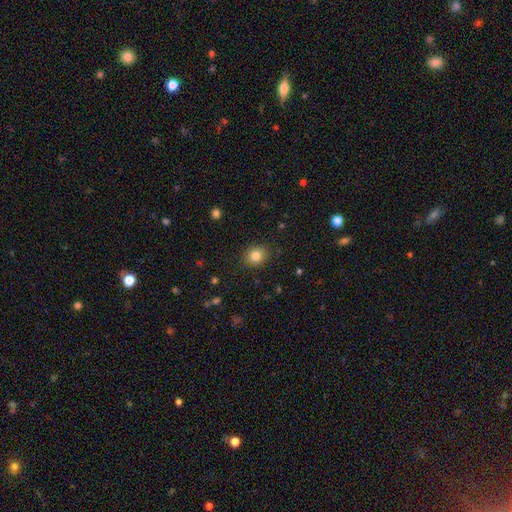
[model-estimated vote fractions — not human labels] A smooth galaxy with no disk features (82%) that is round (68%).

Vote fractions:
- Smooth or featured? smooth: 82% / star or artifact: 11% / featured or disk: 7%
- How rounded? round: 68% / in between: 32% / cigar-shaped: 1%
- Merging? none: 88% / minor disturbance: 9% / major disturbance: 3% / merger: 1%